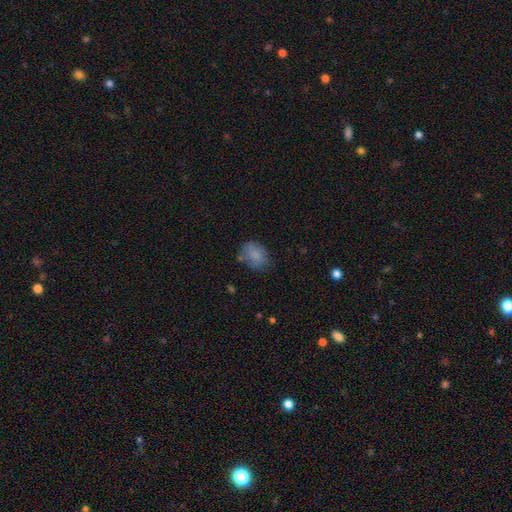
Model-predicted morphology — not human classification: Smooth or featured? Predicted: smooth (p=0.79). How rounded? Predicted: in between (p=0.60). Merging? Predicted: none (p=0.62).